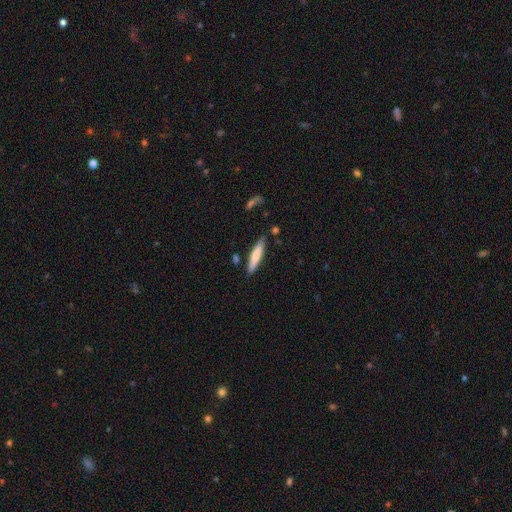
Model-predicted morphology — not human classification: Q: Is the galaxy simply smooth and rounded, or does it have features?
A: smooth — 69%.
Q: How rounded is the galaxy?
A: cigar-shaped — 85%.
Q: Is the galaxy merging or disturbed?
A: none — 82%.